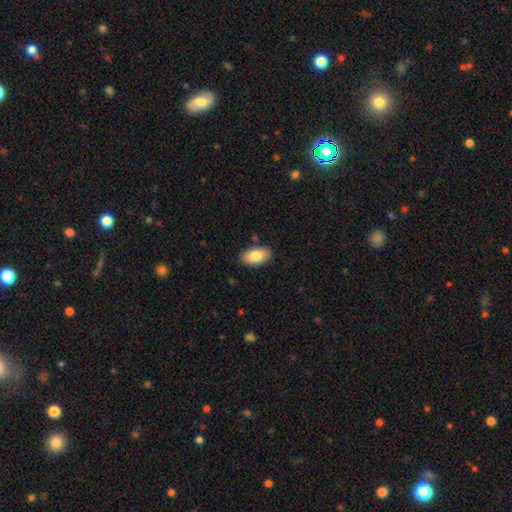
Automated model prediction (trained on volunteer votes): Overall: smooth (83%). How rounded: in between (93%). Merging: none (86%).